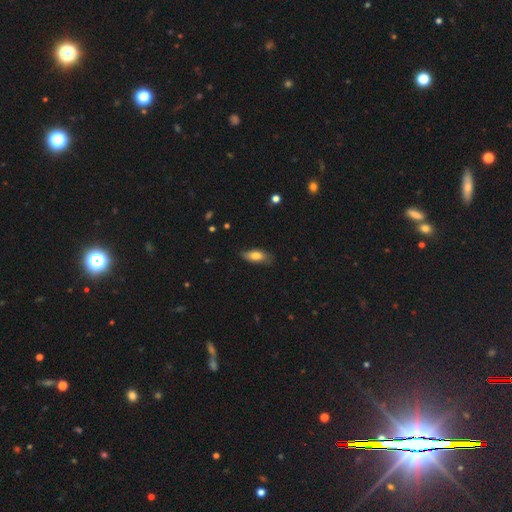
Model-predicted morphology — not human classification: smooth_or_featured: smooth (p=0.75) [alt: featured or disk p=0.18]
how_rounded: in between (p=0.81) [alt: cigar-shaped p=0.16]
merging: none (p=0.74) [alt: minor disturbance p=0.21]